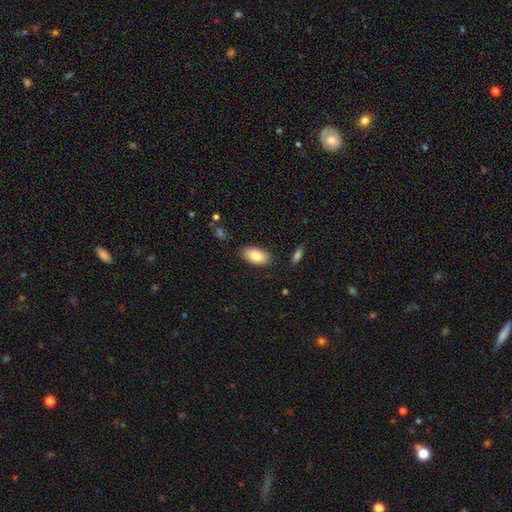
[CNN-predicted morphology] smooth_or_featured: smooth (p=0.84) [alt: featured or disk p=0.09]
how_rounded: in between (p=0.94) [alt: cigar-shaped p=0.03]
merging: none (p=0.86) [alt: minor disturbance p=0.10]